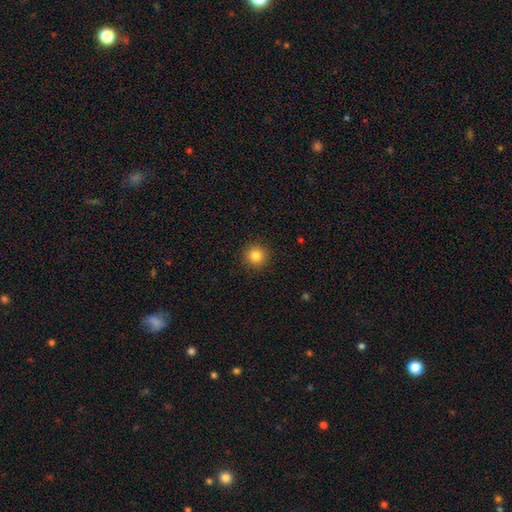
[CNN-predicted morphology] Smooth or featured: smooth — 84% (star or artifact — 11%)
How rounded: round — 95% (in between — 4%)
Merging: none — 92% (minor disturbance — 5%)